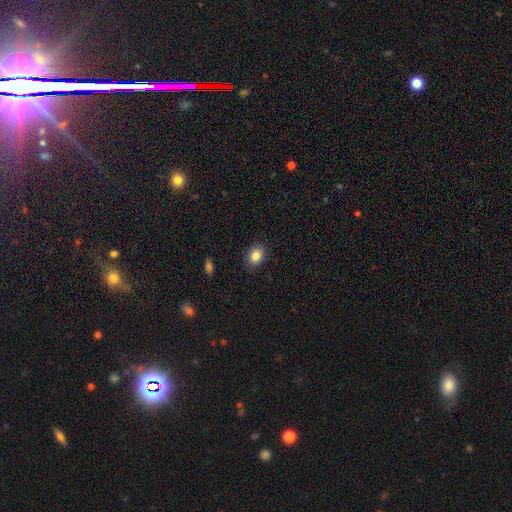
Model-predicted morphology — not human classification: A smooth galaxy with no disk features (86%) that is in between round and cigar-shaped (63%).

Vote fractions:
- Smooth or featured? smooth: 86% / star or artifact: 9% / featured or disk: 6%
- How rounded? in between: 63% / round: 36% / cigar-shaped: 1%
- Merging? none: 87% / minor disturbance: 10% / major disturbance: 2% / merger: 1%